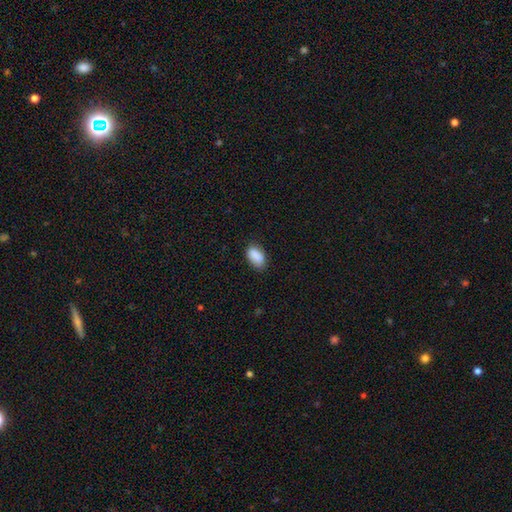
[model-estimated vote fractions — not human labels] Q: Smooth or featured?
A: smooth (88%); runner-up: star or artifact (7%)
Q: How rounded?
A: in between (92%); runner-up: round (5%)
Q: Merging?
A: none (79%); runner-up: minor disturbance (17%)